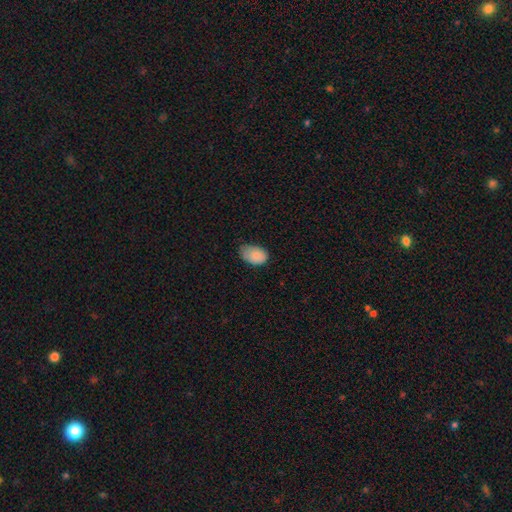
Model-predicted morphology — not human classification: This is clearly a smooth galaxy (86%). How rounded: clearly in between (88%). Merging: possibly none (49%).